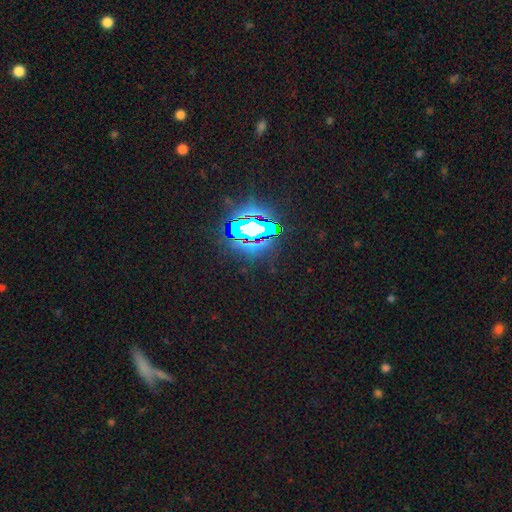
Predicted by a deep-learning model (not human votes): A star or artifact, not a galaxy (81%).

Vote fractions:
- Smooth or featured? star or artifact: 81% / smooth: 11% / featured or disk: 8%